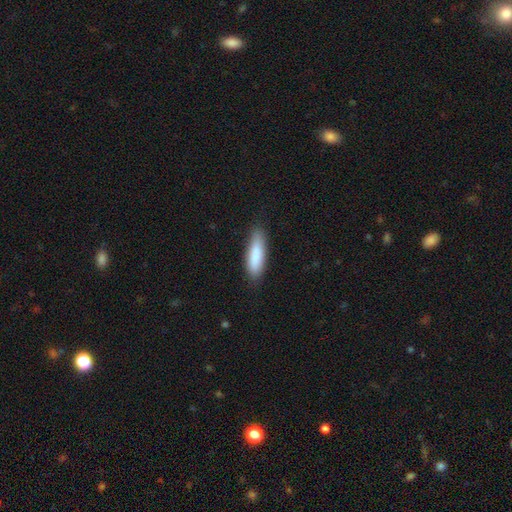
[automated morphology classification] smooth-or-featured: smooth: 86% | featured or disk: 9% | star or artifact: 6%
  how-rounded: cigar-shaped: 57% | in between: 41% | round: 2%
  merging: none: 83% | minor disturbance: 13% | major disturbance: 3% | merger: 1%